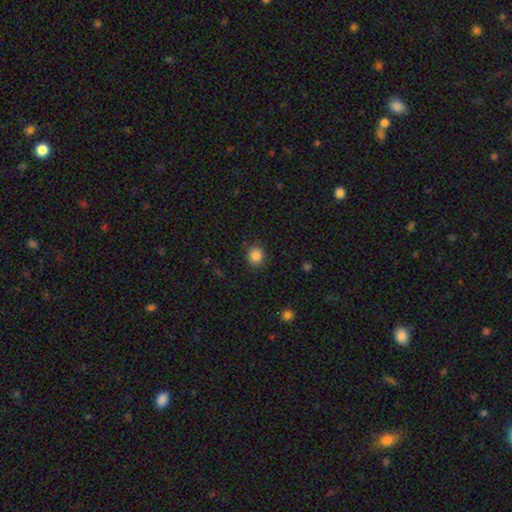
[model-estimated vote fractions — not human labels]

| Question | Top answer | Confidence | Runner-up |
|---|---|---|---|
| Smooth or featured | smooth | 86% | star or artifact (10%) |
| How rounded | round | 85% | in between (14%) |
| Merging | none | 88% | minor disturbance (9%) |